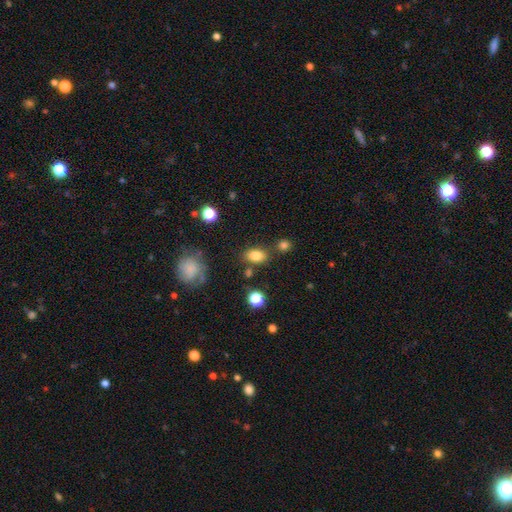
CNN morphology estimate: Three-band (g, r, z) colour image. It shows a smooth galaxy with no disk features (82%) that is in between round and cigar-shaped (80%). Merging: none (74%).